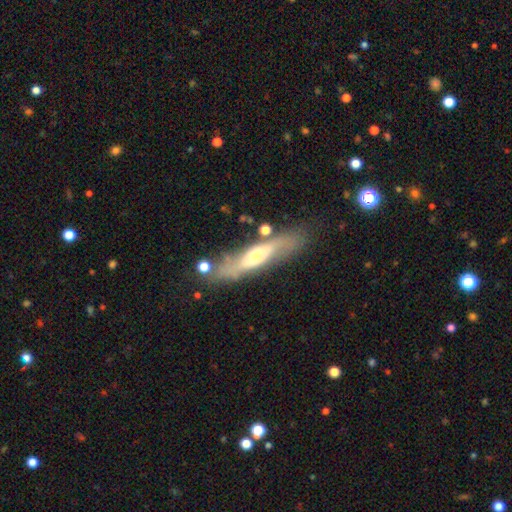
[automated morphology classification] This appears to be a featured or disk galaxy (58%) viewed edge-on (52%). Merging: none (67%).